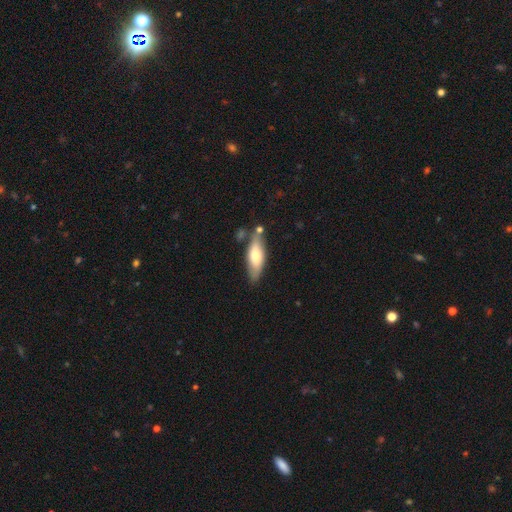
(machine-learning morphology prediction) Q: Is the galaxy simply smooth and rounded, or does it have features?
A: smooth — 59%.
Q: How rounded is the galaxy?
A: in between — 51%.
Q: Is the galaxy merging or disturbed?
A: none — 70%.